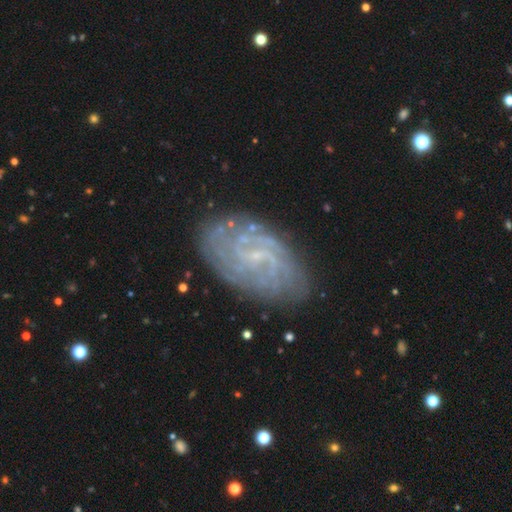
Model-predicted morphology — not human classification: type=featured or disk (78%); edge-on=no (96%); bar=weak (48%); spiral arms=yes (89%); winding=tight (60%); arm count=can't tell (44%); bulge=small (71%); merging=none (78%).